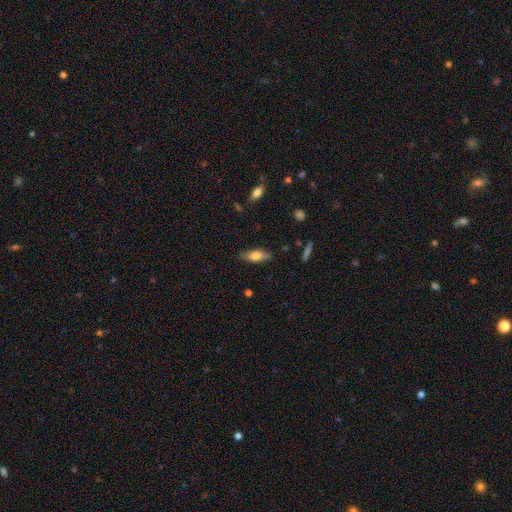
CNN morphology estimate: Smooth or featured: smooth — 71% (featured or disk — 22%)
How rounded: in between — 74% (cigar-shaped — 23%)
Merging: none — 81% (minor disturbance — 15%)